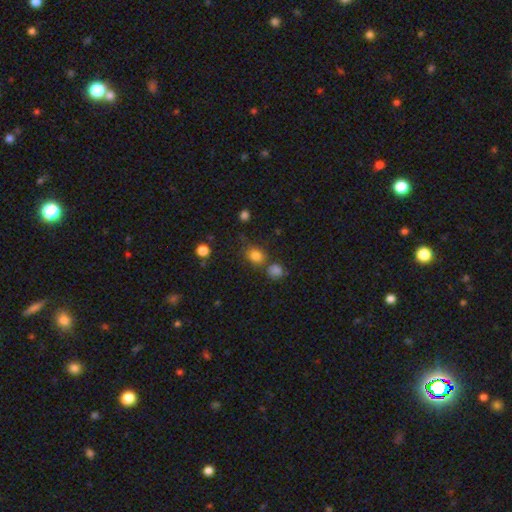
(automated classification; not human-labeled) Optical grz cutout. It shows a smooth galaxy with no disk features (80%) that is round (63%). Merging: none (67%).